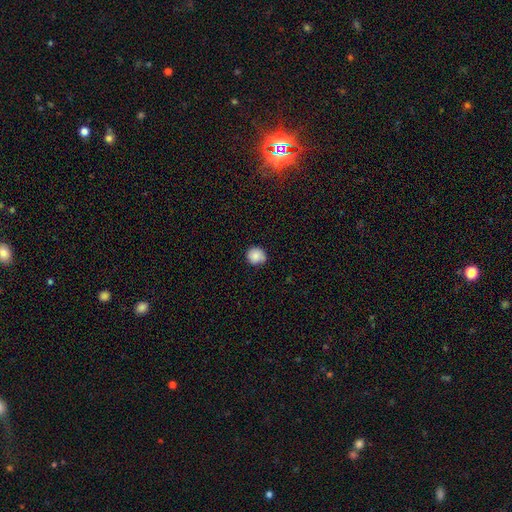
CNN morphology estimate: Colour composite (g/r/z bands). It shows a smooth galaxy with no disk features (86%) that is round (89%). Merging: none (81%).